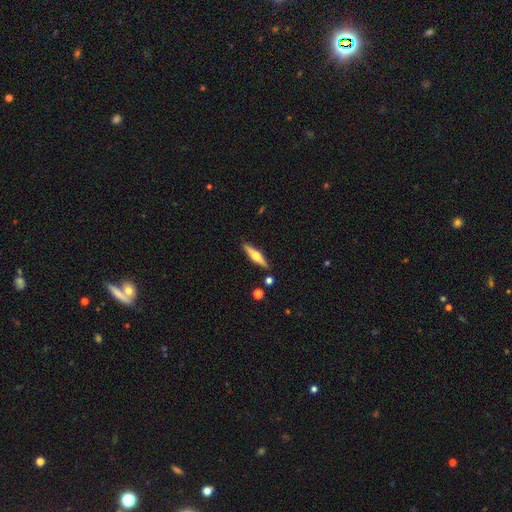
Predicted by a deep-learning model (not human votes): Morphology: type=featured or disk (67%); edge-on=yes (97%); edge-on bulge=rounded (94%); merging=none (89%).